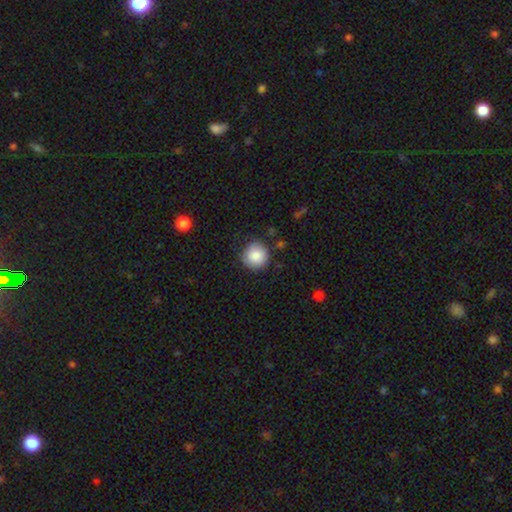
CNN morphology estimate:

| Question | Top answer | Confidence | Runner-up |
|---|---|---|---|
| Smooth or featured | smooth | 87% | star or artifact (8%) |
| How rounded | round | 94% | in between (5%) |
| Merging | none | 84% | minor disturbance (12%) |